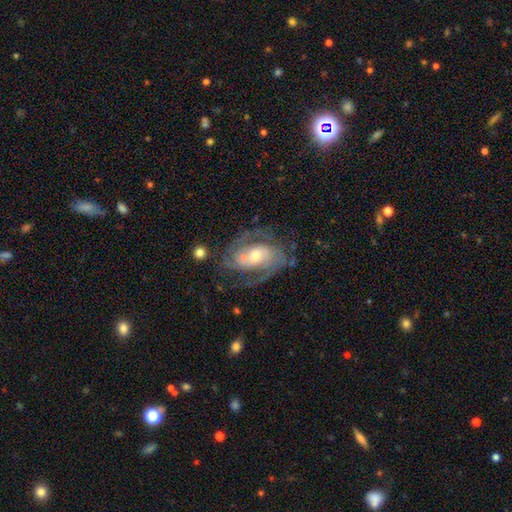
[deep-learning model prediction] Smooth or featured? featured or disk (86%)
Edge-on disk? no (97%)
Bar? no (52%)
Spiral arms? yes (95%)
Spiral winding? medium (49%)
Spiral arm count? 2 (67%)
Bulge size? moderate (50%)
Merging? none (62%)